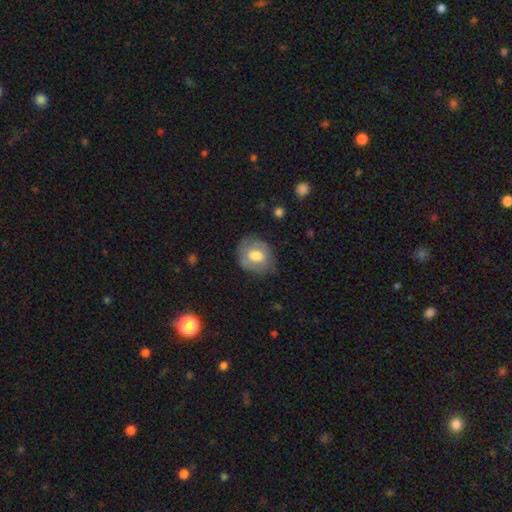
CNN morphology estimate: Smooth or featured? Predicted: smooth (p=0.64). How rounded? Predicted: round (p=0.60). Merging? Predicted: none (p=0.74).